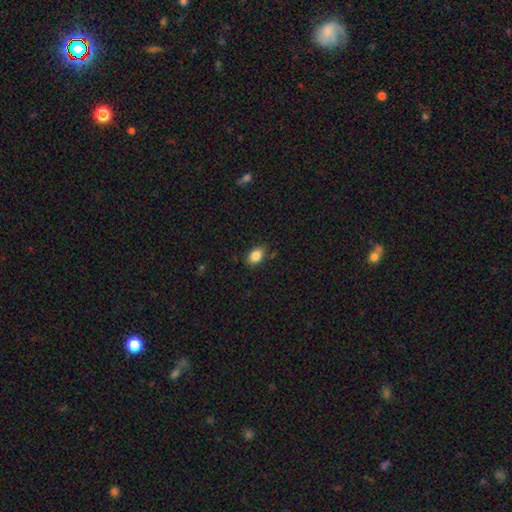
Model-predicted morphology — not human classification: Smooth or featured: smooth — 85% (star or artifact — 9%)
How rounded: in between — 83% (round — 16%)
Merging: none — 82% (minor disturbance — 14%)